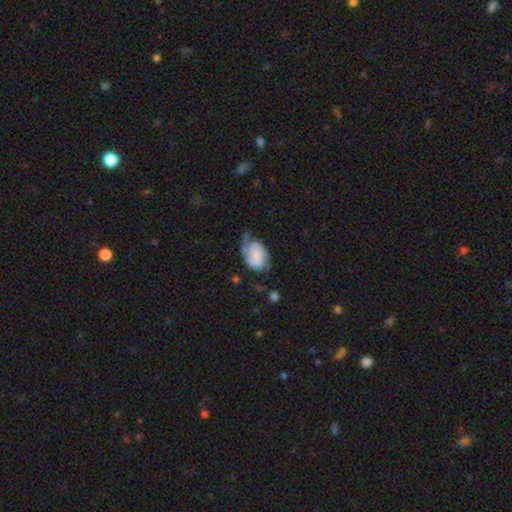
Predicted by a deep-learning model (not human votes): A featured or disk galaxy (51%). Merging: none (36%).